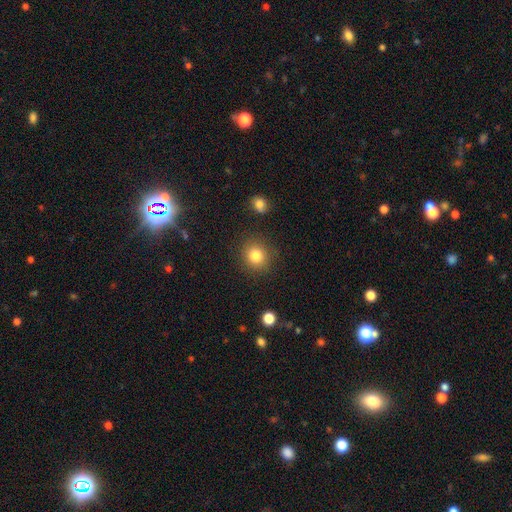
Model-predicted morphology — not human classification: A smooth galaxy with no disk features (83%) that is round (87%).

Vote fractions:
- Smooth or featured? smooth: 83% / star or artifact: 11% / featured or disk: 6%
- How rounded? round: 87% / in between: 12% / cigar-shaped: 1%
- Merging? none: 88% / minor disturbance: 7% / major disturbance: 3% / merger: 2%